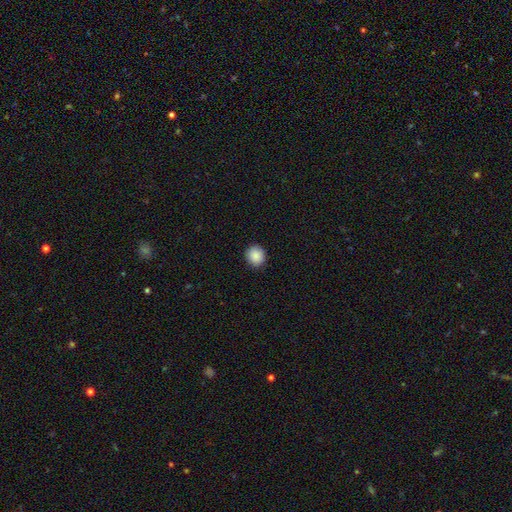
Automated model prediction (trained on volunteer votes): smooth_or_featured: smooth (p=0.88) [alt: star or artifact p=0.08]
how_rounded: round (p=0.83) [alt: in between p=0.16]
merging: none (p=0.91) [alt: minor disturbance p=0.07]